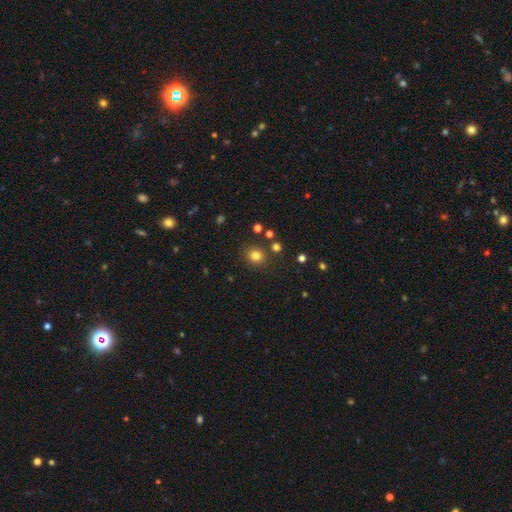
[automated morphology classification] This appears to be a smooth galaxy with no disk features (80%) that is round (83%). Merging: none (83%).